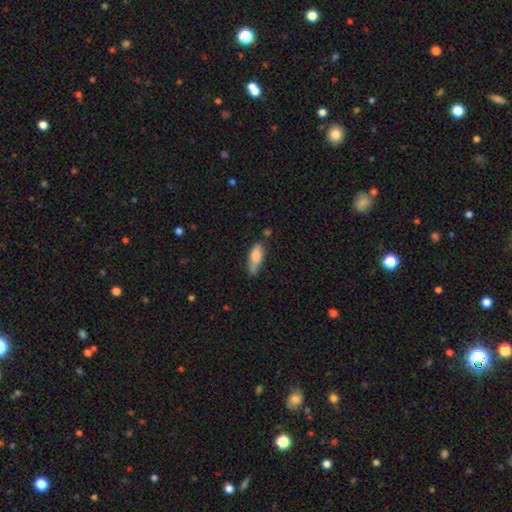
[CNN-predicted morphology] type=smooth (79%); roundness=in between (70%); merging=none (42%).